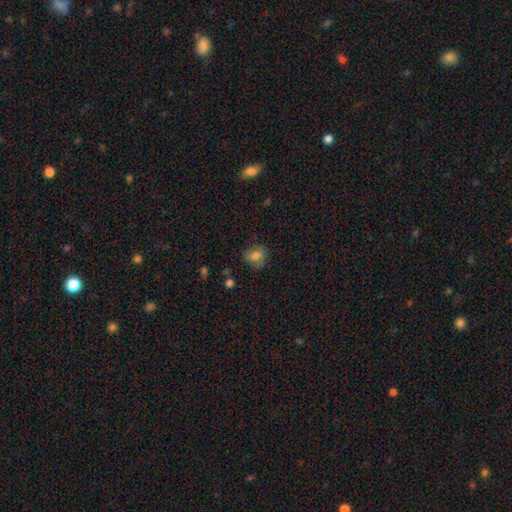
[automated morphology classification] Q: Smooth or featured?
A: smooth (73%); runner-up: featured or disk (16%)
Q: How rounded?
A: round (54%); runner-up: in between (45%)
Q: Merging?
A: none (66%); runner-up: minor disturbance (23%)